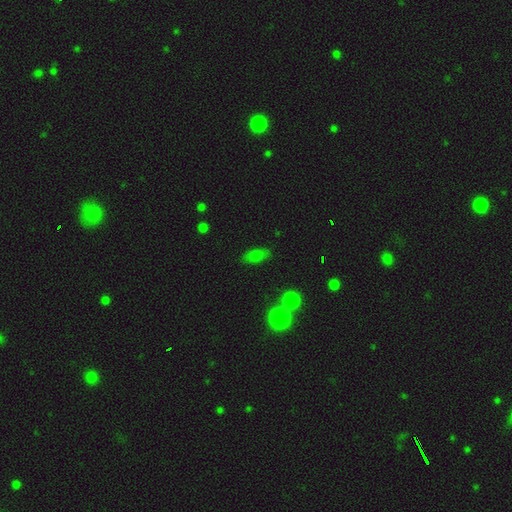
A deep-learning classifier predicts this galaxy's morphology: A smooth galaxy with no disk features (72%) that is in between round and cigar-shaped (80%). Merging: none (80%).